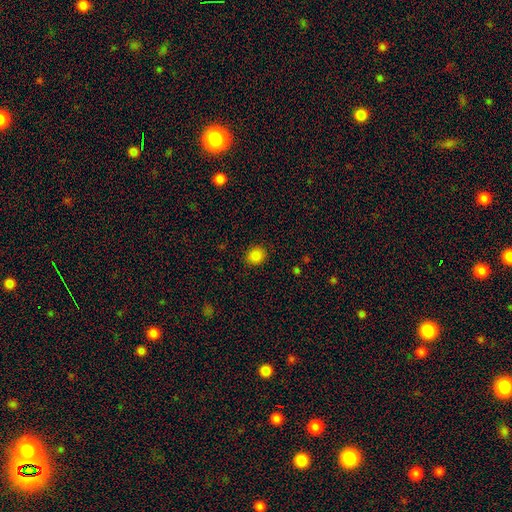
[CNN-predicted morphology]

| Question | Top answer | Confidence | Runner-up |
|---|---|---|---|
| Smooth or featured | smooth | 85% | star or artifact (11%) |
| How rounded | round | 77% | in between (22%) |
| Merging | none | 90% | minor disturbance (7%) |